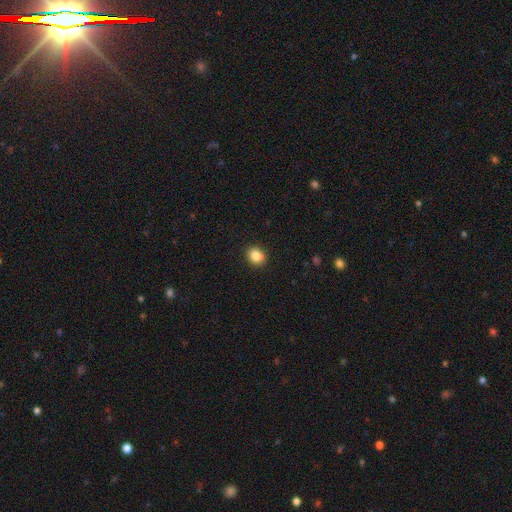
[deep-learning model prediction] smooth_or_featured: smooth (p=0.85) [alt: star or artifact p=0.10]
how_rounded: round (p=0.73) [alt: in between p=0.26]
merging: none (p=0.91) [alt: minor disturbance p=0.06]